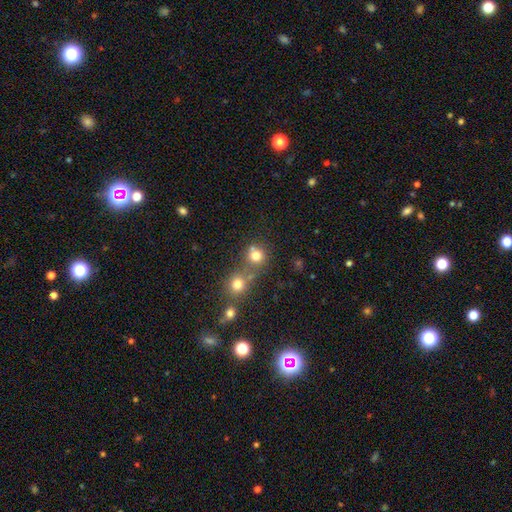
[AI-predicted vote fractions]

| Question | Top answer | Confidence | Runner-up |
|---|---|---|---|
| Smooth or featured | smooth | 76% | star or artifact (15%) |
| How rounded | round | 88% | in between (11%) |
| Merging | none | 55% | merger (33%) |